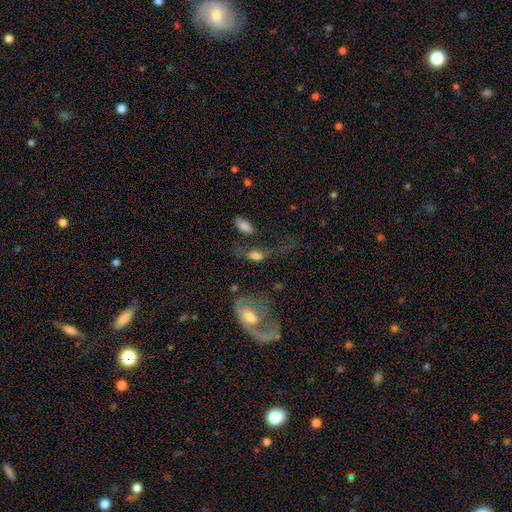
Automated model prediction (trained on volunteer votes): Smooth or featured? Predicted: smooth (p=0.60). How rounded? Predicted: in between (p=0.81). Merging? Predicted: none (p=0.40).